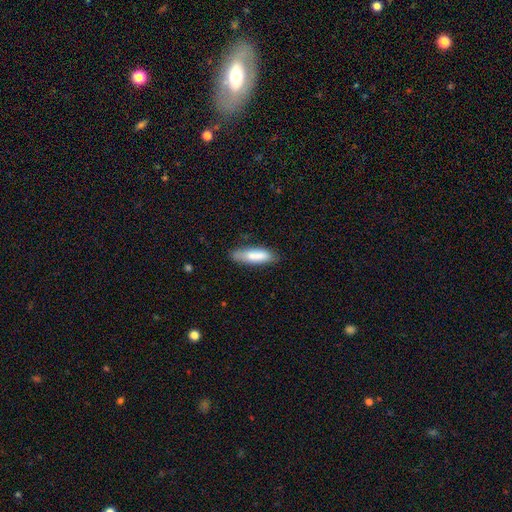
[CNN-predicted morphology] The model was most divided on "how rounded": cigar-shaped: 52%, in between: 47%, round: 2%. More confident: smooth or featured — smooth (80%); merging — none (72%).